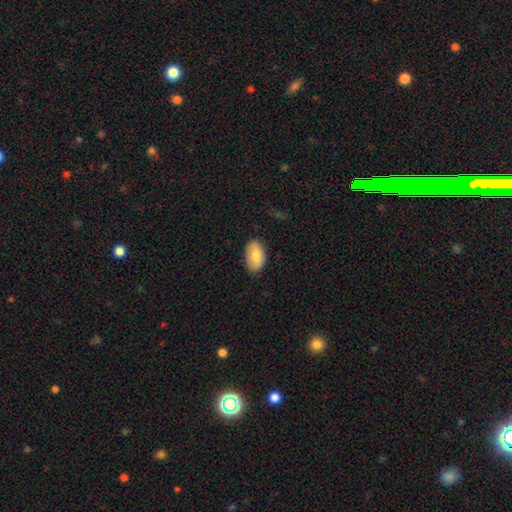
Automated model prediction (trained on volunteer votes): Smooth or featured? Predicted: smooth (p=0.81). How rounded? Predicted: in between (p=0.93). Merging? Predicted: none (p=0.80).